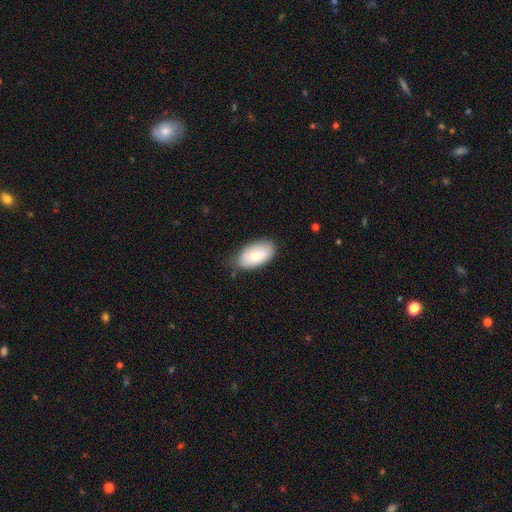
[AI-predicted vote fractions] This appears to be a smooth galaxy with no disk features (76%) that is in between round and cigar-shaped (95%). Merging: none (75%).